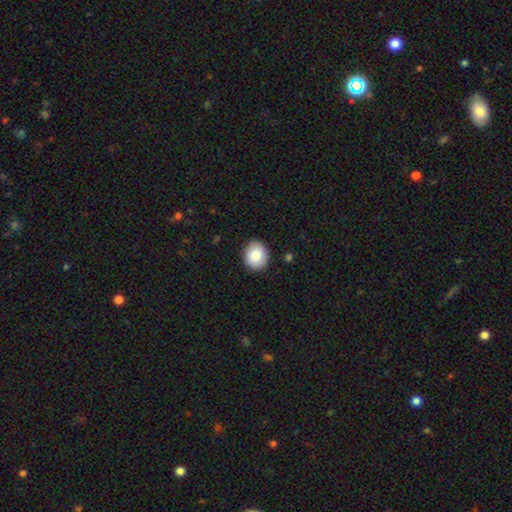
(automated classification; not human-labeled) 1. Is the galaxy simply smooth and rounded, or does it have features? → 85% smooth, 7% featured or disk, 7% star or artifact.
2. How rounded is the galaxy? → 70% round, 29% in between, 1% cigar-shaped.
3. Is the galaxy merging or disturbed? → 88% none, 9% minor disturbance, 2% major disturbance, 1% merger.